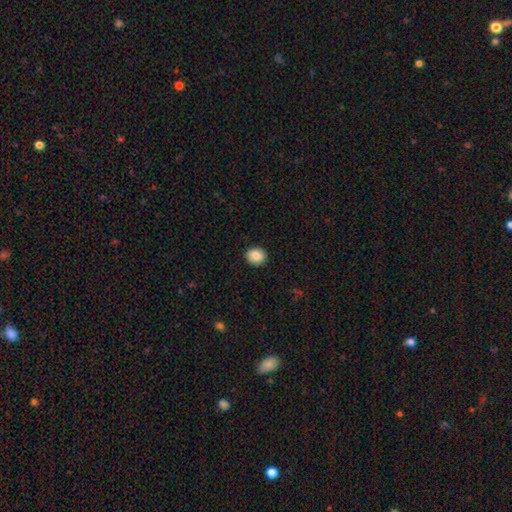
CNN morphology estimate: A smooth galaxy with no disk features (87%) that is round (73%). Merging: none (91%).